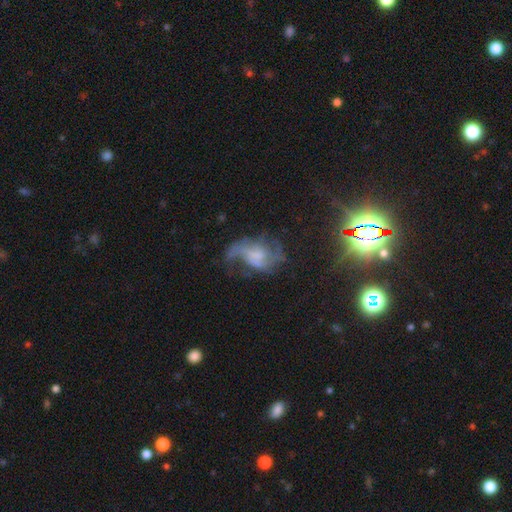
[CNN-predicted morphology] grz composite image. It shows a featured or disk galaxy (72%) with no bar (51%), 2 (50%) loose (54%) spiral arms (85%) and no central bulge (39%). Merging: none (40%).